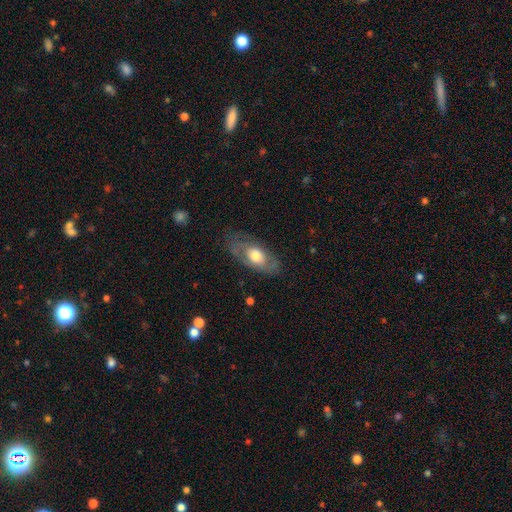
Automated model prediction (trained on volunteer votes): Morphology: type=smooth (50%); merging=none (68%).